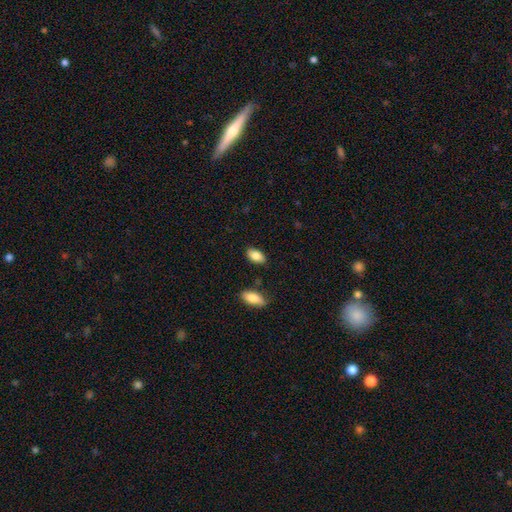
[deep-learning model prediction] smooth_or_featured: smooth (p=0.88) [alt: star or artifact p=0.07]
how_rounded: in between (p=0.93) [alt: round p=0.04]
merging: none (p=0.85) [alt: minor disturbance p=0.10]